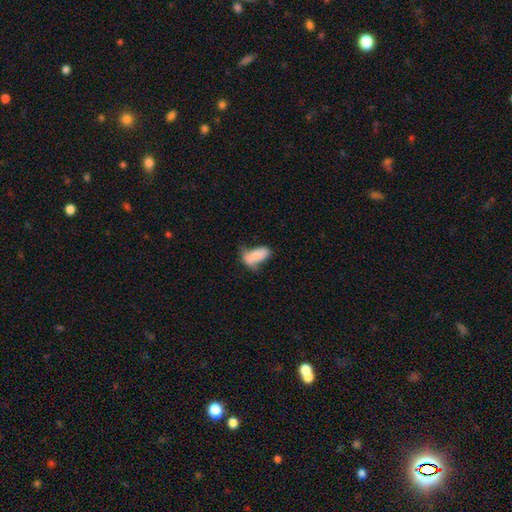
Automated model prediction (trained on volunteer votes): Smooth or featured? Predicted: smooth (p=0.73). How rounded? Predicted: in between (p=0.87). Merging? Predicted: minor disturbance (p=0.31).